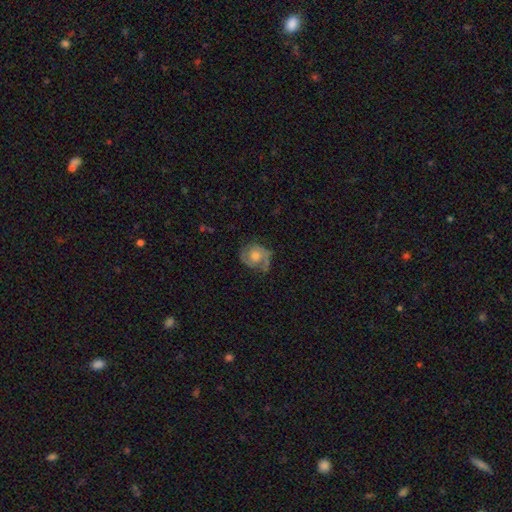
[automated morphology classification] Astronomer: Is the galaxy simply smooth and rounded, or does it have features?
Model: featured or disk — 73%.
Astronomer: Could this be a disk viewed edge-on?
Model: no — 97%.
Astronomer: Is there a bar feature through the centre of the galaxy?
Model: no — 72%.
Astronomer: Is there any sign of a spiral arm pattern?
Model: yes — 91%.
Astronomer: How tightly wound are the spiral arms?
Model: medium — 45% (runner-up: tight, 38%).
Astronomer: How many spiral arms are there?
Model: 2 — 74%.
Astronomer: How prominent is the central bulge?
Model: moderate — 63%.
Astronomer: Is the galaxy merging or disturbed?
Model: none — 66%.